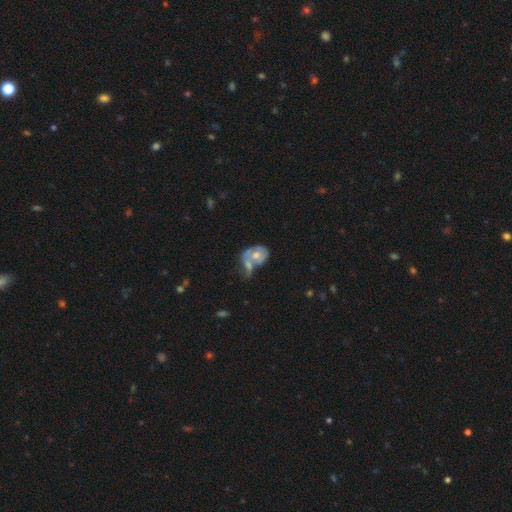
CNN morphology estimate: Smooth or featured? Predicted: featured or disk (p=0.49). Merging? Predicted: merger (p=0.59).